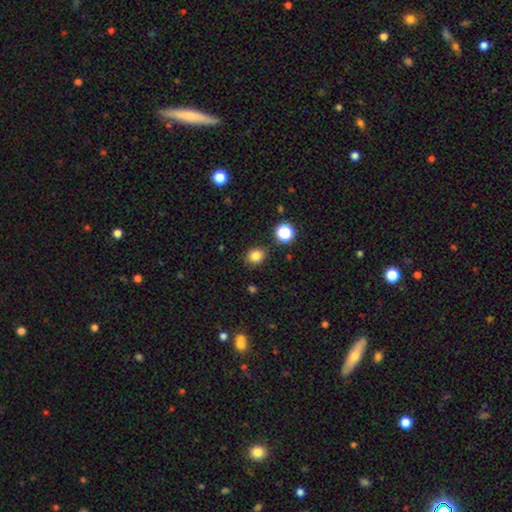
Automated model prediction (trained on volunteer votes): A smooth galaxy with no disk features (82%) that is round (67%). Merging: none (85%).